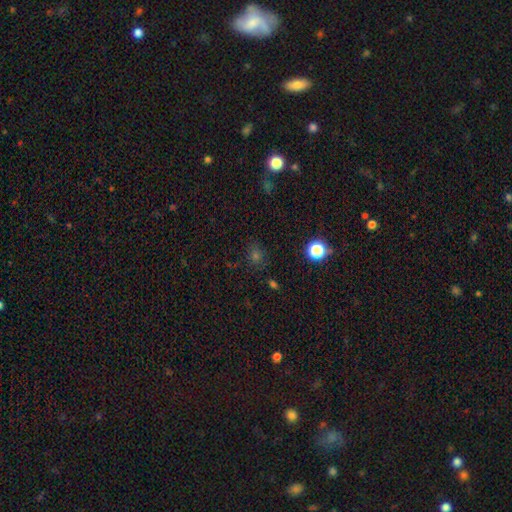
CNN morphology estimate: The model was most divided on "smooth or featured": smooth: 57%, star or artifact: 35%, featured or disk: 8%. More confident: merging — none (82%); how rounded — round (78%).